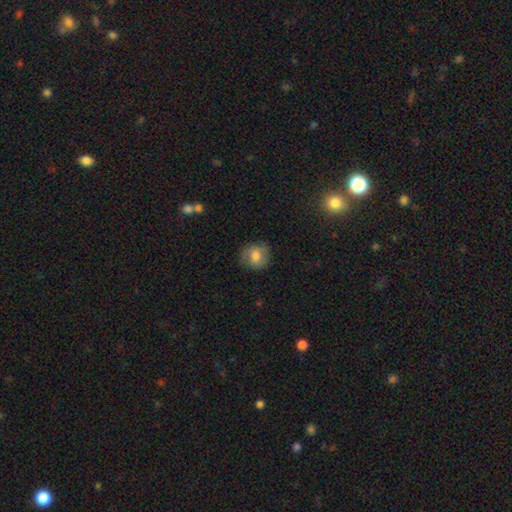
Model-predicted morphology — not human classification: Smooth or featured? smooth (70%)
How rounded? round (79%)
Merging? none (75%)